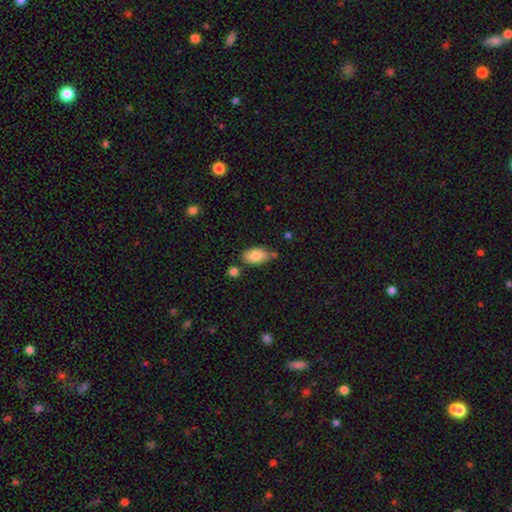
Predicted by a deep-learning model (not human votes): Smooth or featured?
  - smooth: 83% *
  - featured or disk: 11%
  - star or artifact: 7%
How rounded?
  - in between: 93% *
  - round: 4%
  - cigar-shaped: 2%
Merging?
  - none: 71% *
  - minor disturbance: 17%
  - merger: 9%
  - major disturbance: 3%